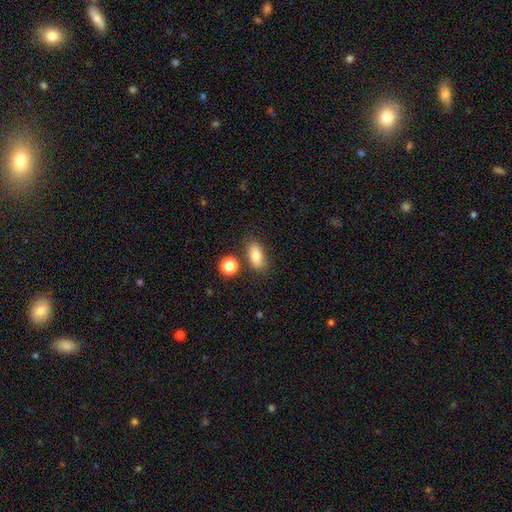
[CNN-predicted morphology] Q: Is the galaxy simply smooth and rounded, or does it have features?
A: smooth — 81%.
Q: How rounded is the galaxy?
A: in between — 83%.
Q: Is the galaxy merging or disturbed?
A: none — 77%.